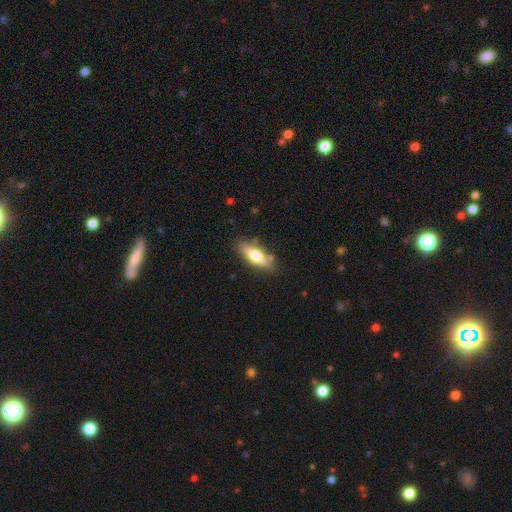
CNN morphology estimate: Smooth or featured: smooth — 62% (featured or disk — 31%)
How rounded: in between — 57% (cigar-shaped — 41%)
Merging: none — 81% (minor disturbance — 13%)